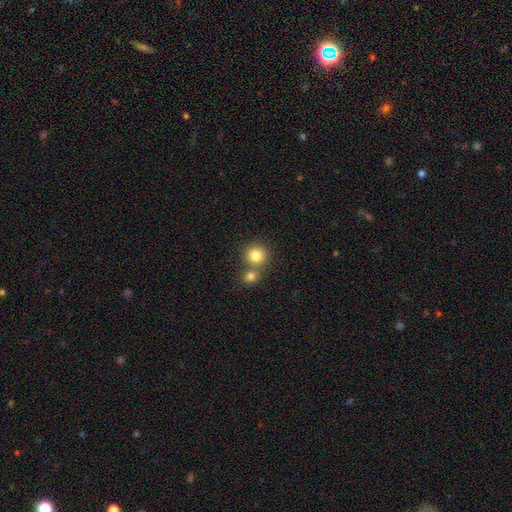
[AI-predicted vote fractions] This is clearly a smooth galaxy (82%). How rounded: clearly round (91%). Merging: possibly none (60%).